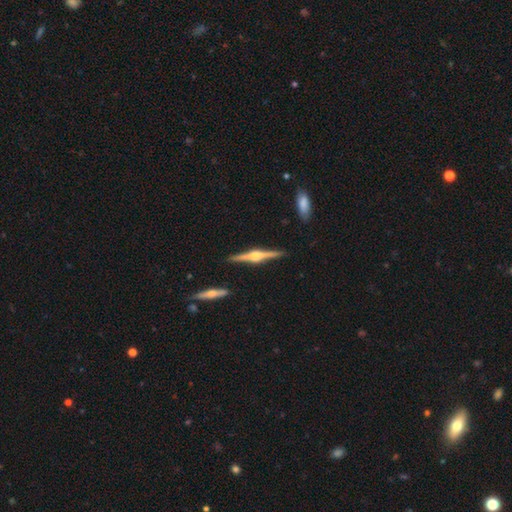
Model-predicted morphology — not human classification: type=featured or disk (85%); edge-on=yes (98%); edge-on bulge=rounded (90%); merging=none (90%).